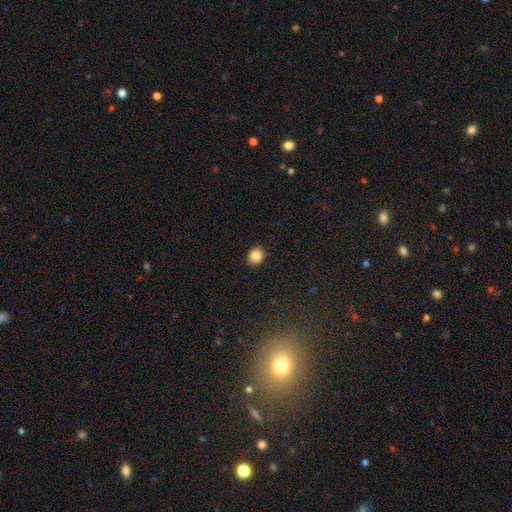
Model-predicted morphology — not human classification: The model was most divided on "how rounded": round: 59%, in between: 40%, cigar-shaped: 1%. More confident: merging — none (90%); smooth or featured — smooth (84%).